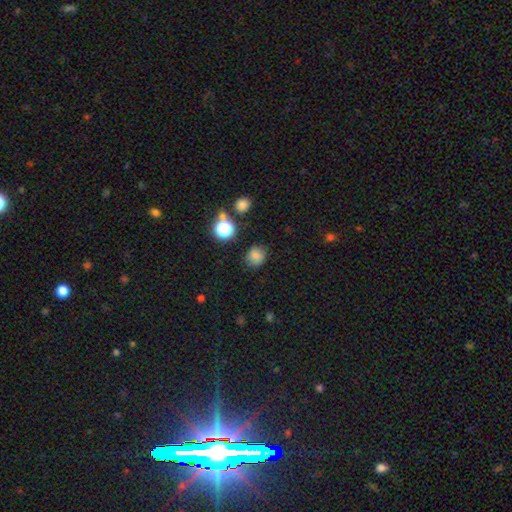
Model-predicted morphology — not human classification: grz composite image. It shows a smooth galaxy with no disk features (79%) that is round (75%). Merging: none (81%).